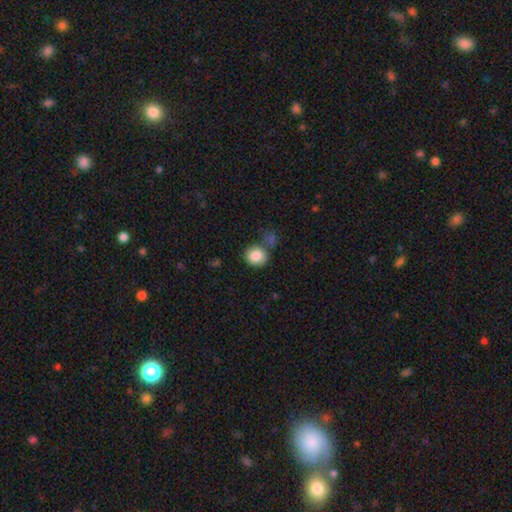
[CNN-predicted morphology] Smooth or featured?
  - smooth: 86% *
  - star or artifact: 8%
  - featured or disk: 5%
How rounded?
  - round: 81% *
  - in between: 18%
  - cigar-shaped: 1%
Merging?
  - none: 67% *
  - merger: 15%
  - minor disturbance: 14%
  - major disturbance: 5%